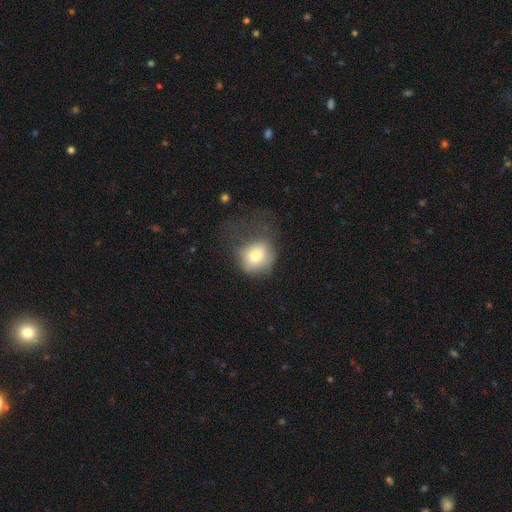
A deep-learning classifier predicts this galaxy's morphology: smooth 74%, featured or disk 15%, star or artifact 10%. Down the decision tree: how rounded — round (73%); merging — none (36%).